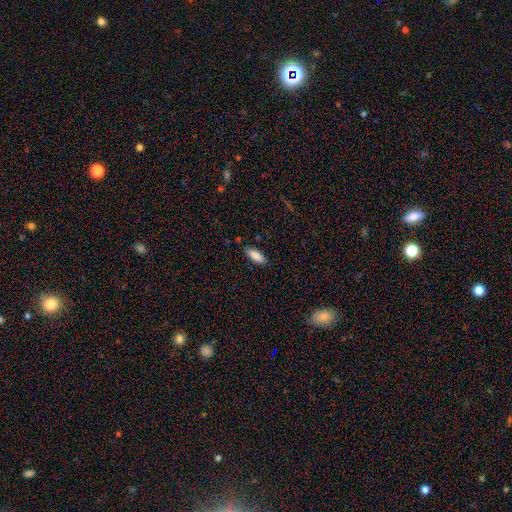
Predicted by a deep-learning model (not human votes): Smooth or featured?
  - smooth: 87% *
  - star or artifact: 7%
  - featured or disk: 6%
How rounded?
  - in between: 72% *
  - cigar-shaped: 27%
  - round: 2%
Merging?
  - none: 85% *
  - minor disturbance: 11%
  - major disturbance: 2%
  - merger: 1%